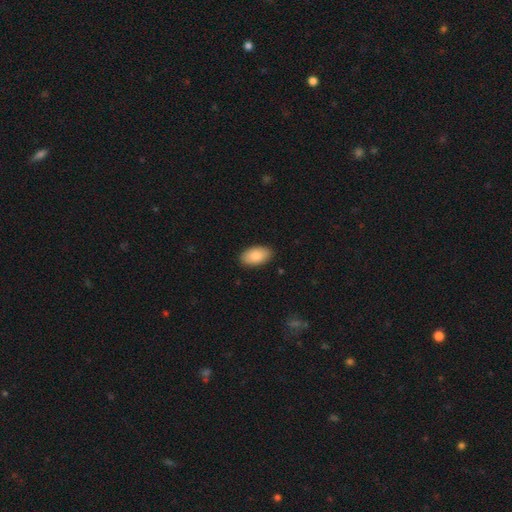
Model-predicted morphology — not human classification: Overall: smooth (85%). How rounded: in between (95%). Merging: none (88%).